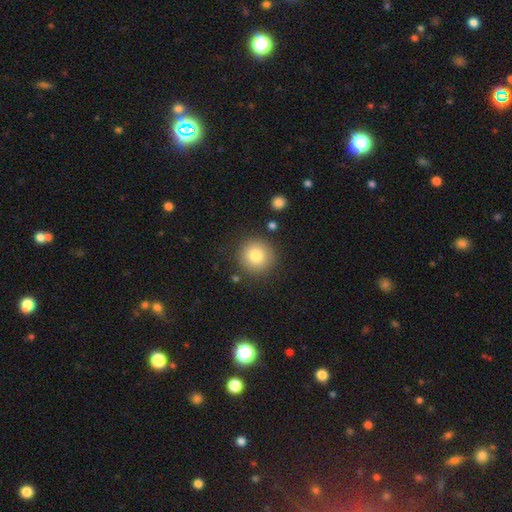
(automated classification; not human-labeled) Overall: smooth (81%). How rounded: round (94%). Merging: none (87%).